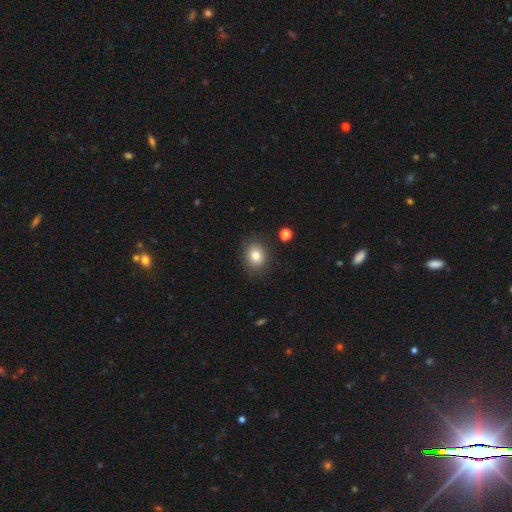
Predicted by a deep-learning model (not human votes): smooth-or-featured: smooth: 82% | star or artifact: 10% | featured or disk: 8%
  how-rounded: round: 60% | in between: 39% | cigar-shaped: 1%
  merging: none: 85% | minor disturbance: 10% | major disturbance: 3% | merger: 2%